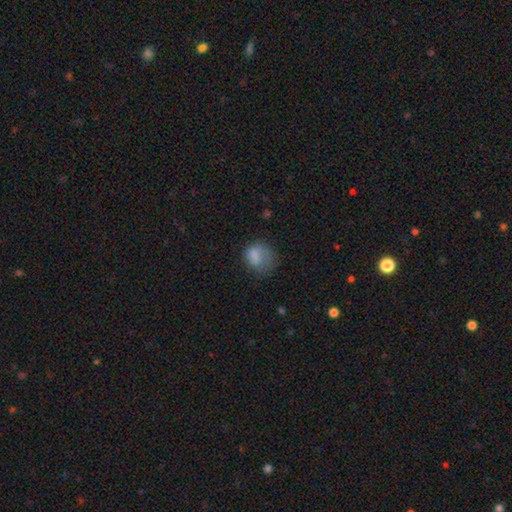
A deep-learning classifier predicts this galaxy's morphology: type=smooth (76%); roundness=round (56%); merging=none (37%).